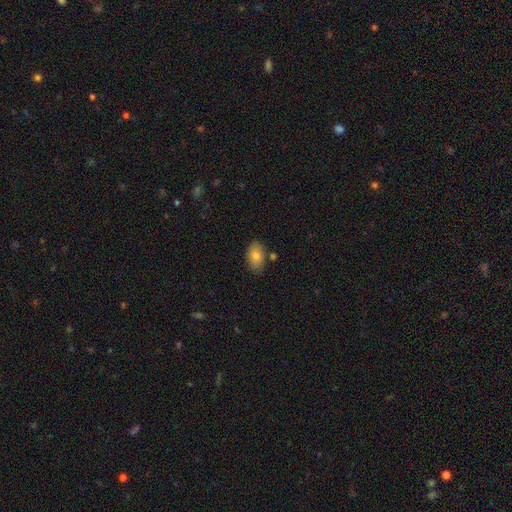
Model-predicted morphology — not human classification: smooth_or_featured: smooth (p=0.80) [alt: featured or disk p=0.12]
how_rounded: in between (p=0.91) [alt: round p=0.07]
merging: none (p=0.79) [alt: minor disturbance p=0.14]